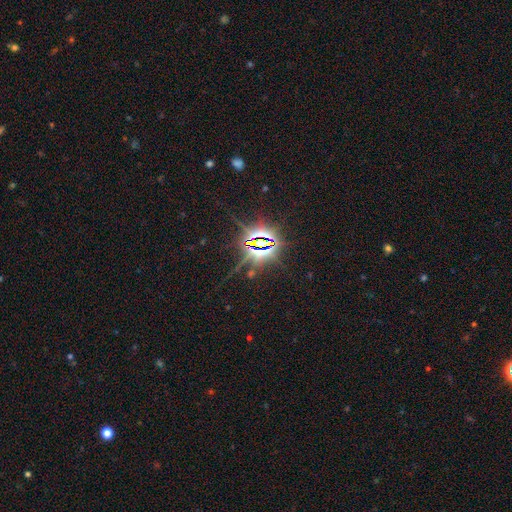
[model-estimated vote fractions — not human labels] Smooth or featured? star or artifact (86%)